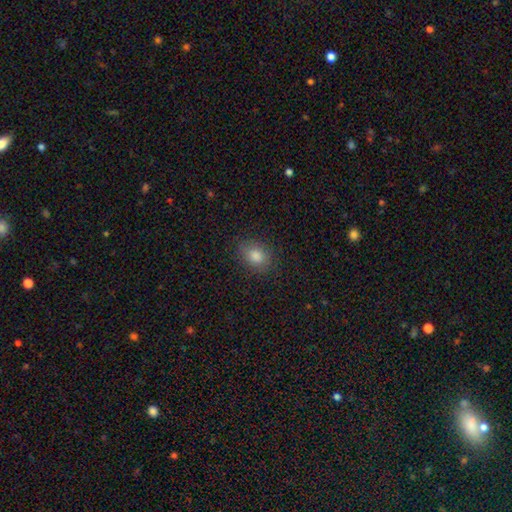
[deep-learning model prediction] Overall: smooth (83%). How rounded: in between (59%; round 40%). Merging: none (86%).